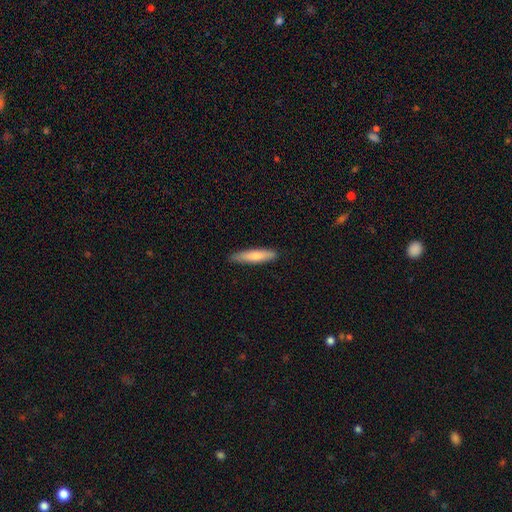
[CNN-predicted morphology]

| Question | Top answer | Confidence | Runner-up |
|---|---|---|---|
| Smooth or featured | smooth | 75% | featured or disk (20%) |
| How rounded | cigar-shaped | 81% | in between (17%) |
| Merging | none | 84% | minor disturbance (13%) |